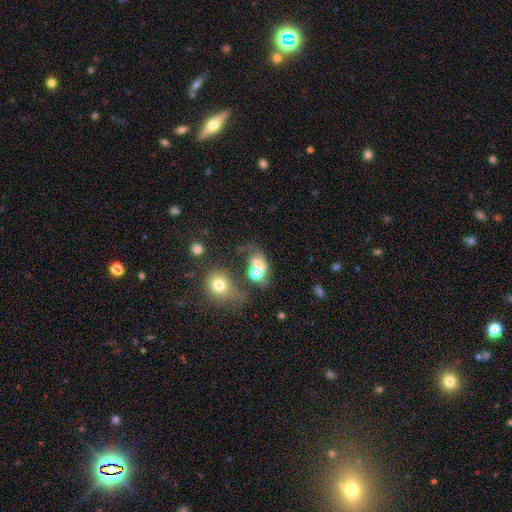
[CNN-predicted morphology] smooth-or-featured: smooth: 55% | featured or disk: 24% | star or artifact: 21%
  how-rounded: in between: 61% | round: 36% | cigar-shaped: 3%
  merging: merger: 38% | none: 29% | major disturbance: 18% | minor disturbance: 14%